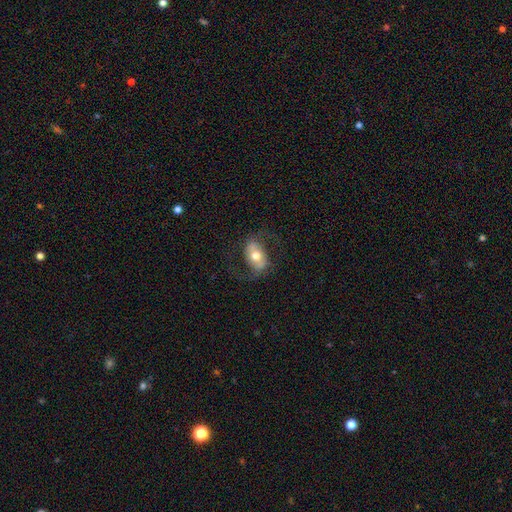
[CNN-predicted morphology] smooth-or-featured: featured or disk: 56% | smooth: 37% | star or artifact: 7%
  disk-edge-on: no: 93% | yes: 7%
    bar: no: 42% | weak: 31% | strong: 27%
    has-spiral-arms: yes: 70% | no: 30%
    bulge-size: moderate: 72% | large: 14% | small: 11% | dominant: 2% | none: 1%
  merging: none: 71% | minor disturbance: 15% | major disturbance: 13% | merger: 1%